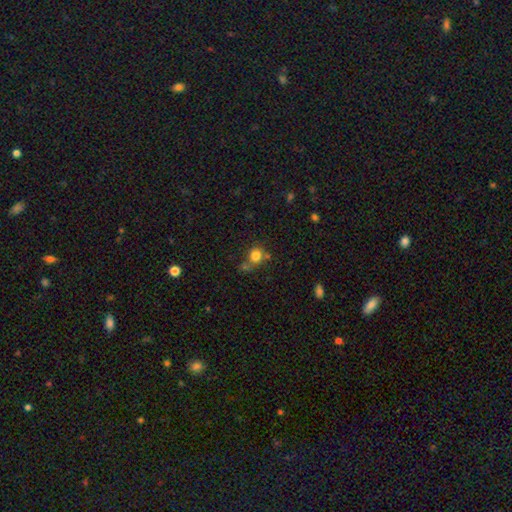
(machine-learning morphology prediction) This is clearly a smooth galaxy (81%). How rounded: clearly round (84%). Merging: possibly none (58%).